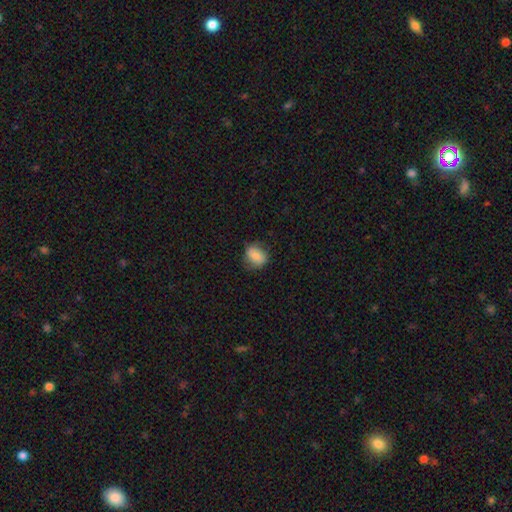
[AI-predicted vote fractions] smooth_or_featured: smooth (p=0.81) [alt: featured or disk p=0.11]
how_rounded: round (p=0.52) [alt: in between p=0.46]
merging: none (p=0.72) [alt: minor disturbance p=0.21]